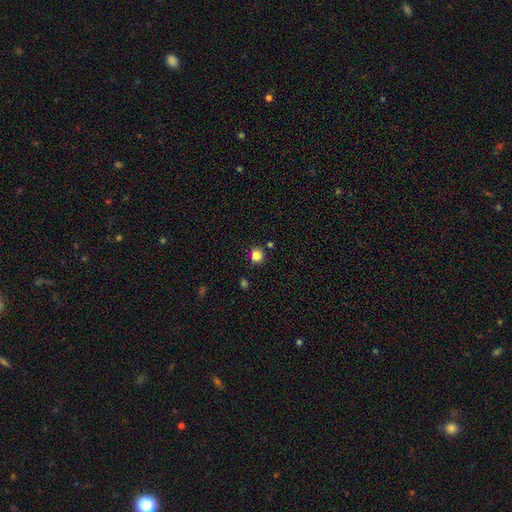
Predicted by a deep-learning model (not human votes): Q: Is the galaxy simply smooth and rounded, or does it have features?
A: smooth — 83%.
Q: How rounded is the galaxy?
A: round — 88%.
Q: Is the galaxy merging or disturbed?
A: none — 84%.